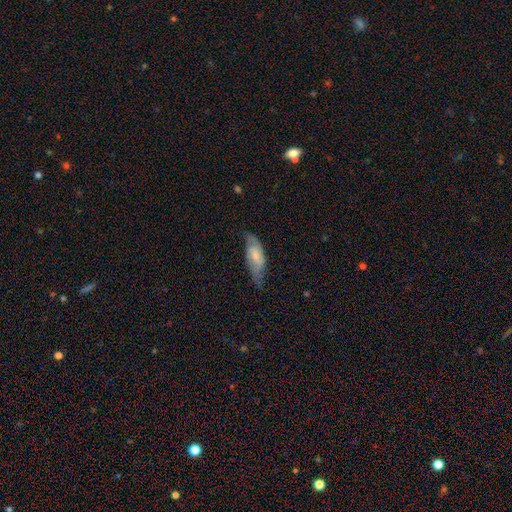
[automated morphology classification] type=featured or disk (48%); merging=none (57%).